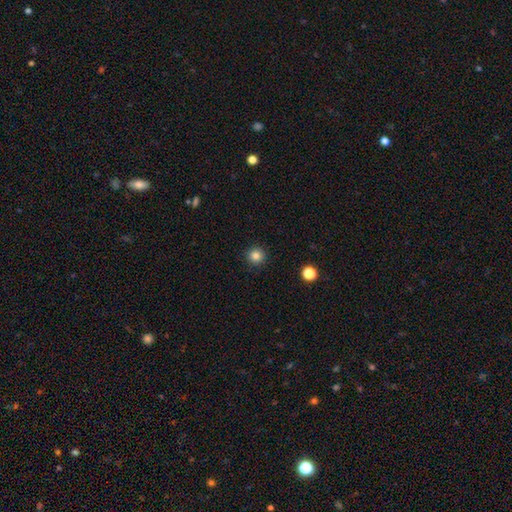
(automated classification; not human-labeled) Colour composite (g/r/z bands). It shows a smooth galaxy with no disk features (84%) that is round (94%). Merging: none (92%).